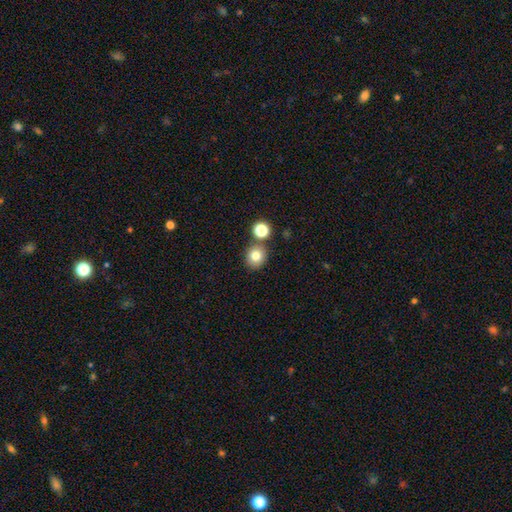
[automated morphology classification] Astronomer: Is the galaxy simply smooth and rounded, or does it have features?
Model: smooth — 79%.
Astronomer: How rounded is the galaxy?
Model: round — 84%.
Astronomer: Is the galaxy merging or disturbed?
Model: none — 77%.